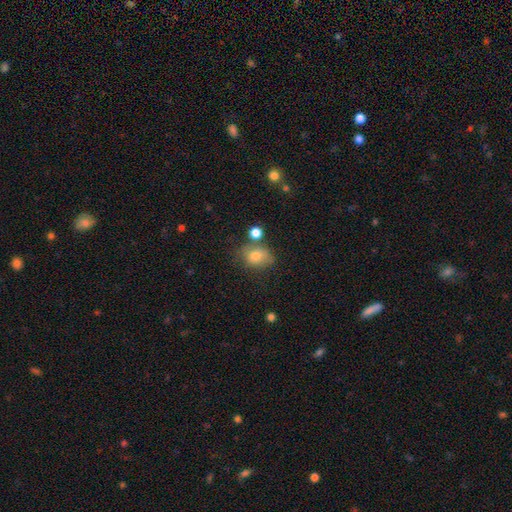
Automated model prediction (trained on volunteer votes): smooth 77%, featured or disk 12%, star or artifact 11%. Down the decision tree: how rounded — in between (57%); merging — none (58%).